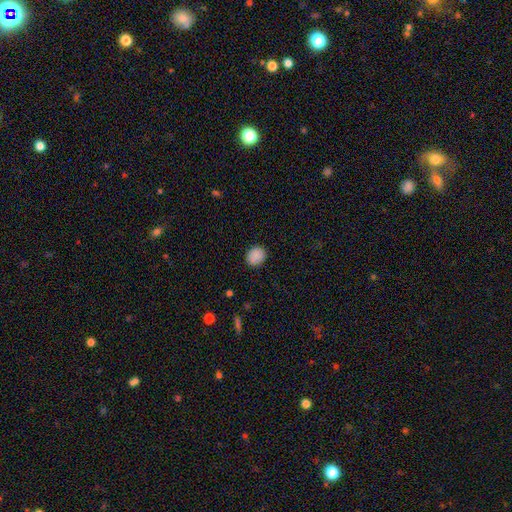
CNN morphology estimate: type=smooth (88%); roundness=round (70%); merging=none (86%).